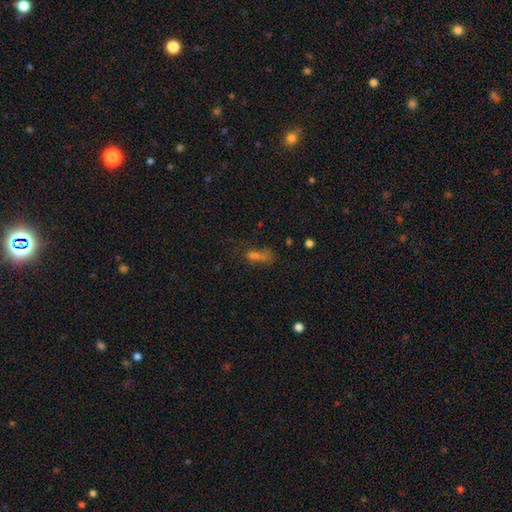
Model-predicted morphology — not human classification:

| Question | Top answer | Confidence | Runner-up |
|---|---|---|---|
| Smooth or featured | smooth | 48% | star or artifact (32%) |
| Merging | none | 42% | major disturbance (22%) |